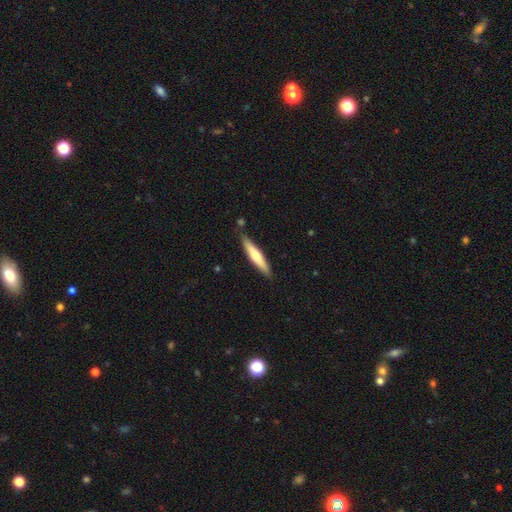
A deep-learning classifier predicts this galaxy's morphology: Smooth or featured? Predicted: smooth (p=0.55). How rounded? Predicted: cigar-shaped (p=0.86). Merging? Predicted: none (p=0.85).